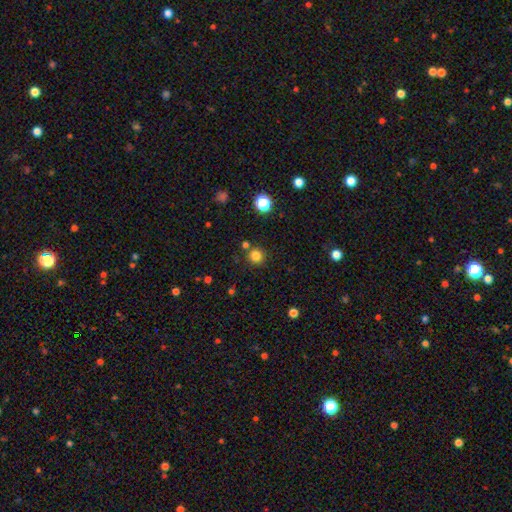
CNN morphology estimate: Smooth or featured? Predicted: smooth (p=0.81). How rounded? Predicted: round (p=0.93). Merging? Predicted: none (p=0.82).